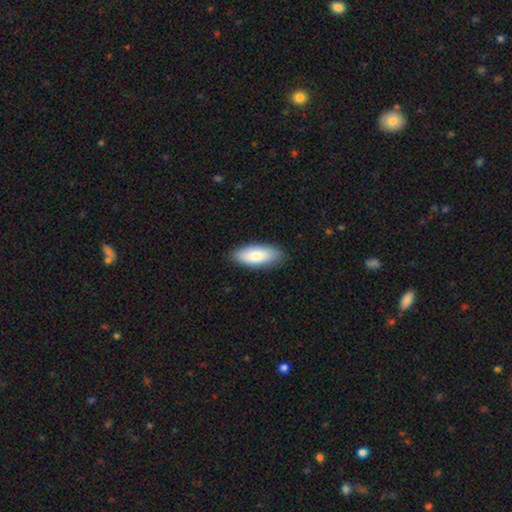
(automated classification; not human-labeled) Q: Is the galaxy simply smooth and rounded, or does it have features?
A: smooth — 79%.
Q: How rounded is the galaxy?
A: in between — 82%.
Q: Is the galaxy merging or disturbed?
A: none — 86%.